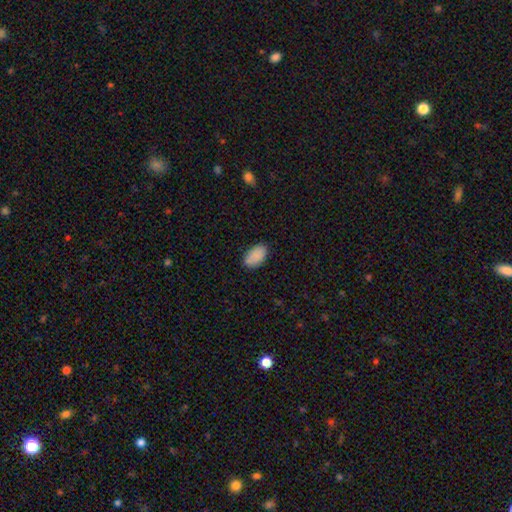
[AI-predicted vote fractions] Morphology: type=smooth (88%); roundness=in between (93%); merging=none (84%).